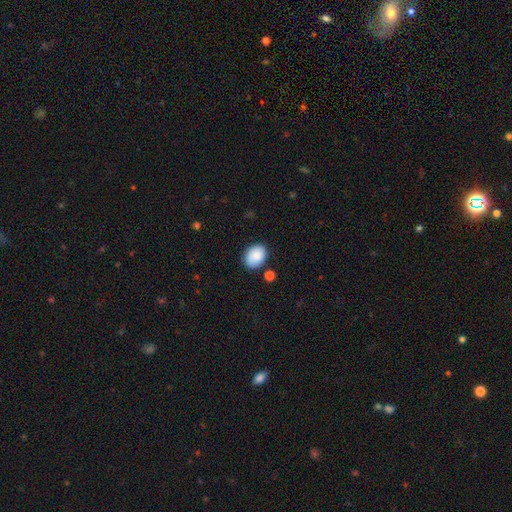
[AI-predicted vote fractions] Smooth or featured? Predicted: smooth (p=0.86). How rounded? Predicted: in between (p=0.74). Merging? Predicted: none (p=0.81).